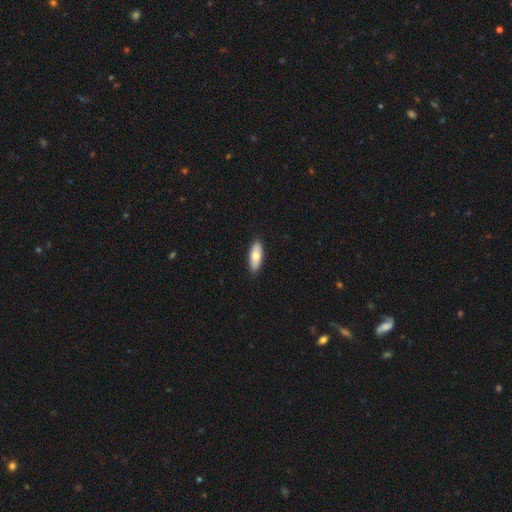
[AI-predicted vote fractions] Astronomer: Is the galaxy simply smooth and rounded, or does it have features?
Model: smooth — 75%.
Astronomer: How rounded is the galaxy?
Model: in between — 73%.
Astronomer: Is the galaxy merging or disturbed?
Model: none — 90%.